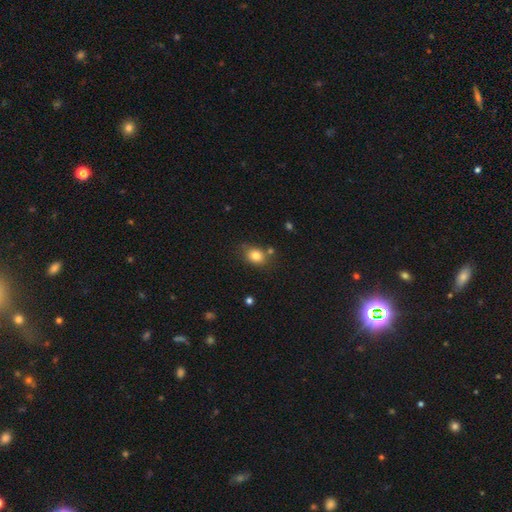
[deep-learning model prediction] Smooth or featured? smooth (81%)
How rounded? in between (52%)
Merging? none (70%)